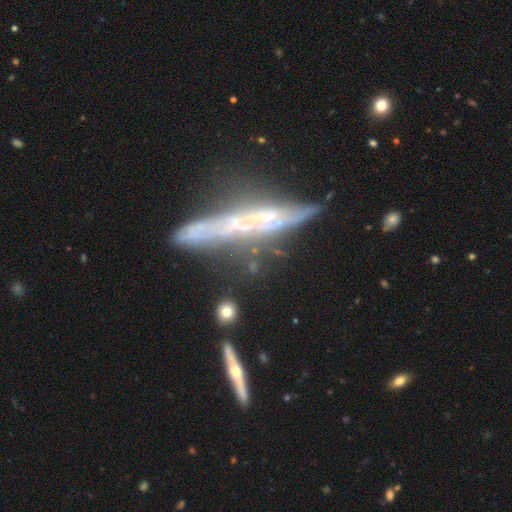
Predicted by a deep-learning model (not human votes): Smooth or featured? featured or disk (73%)
Edge-on disk? yes (84%)
Edge-on bulge? none (62%)
Merging? none (52%)